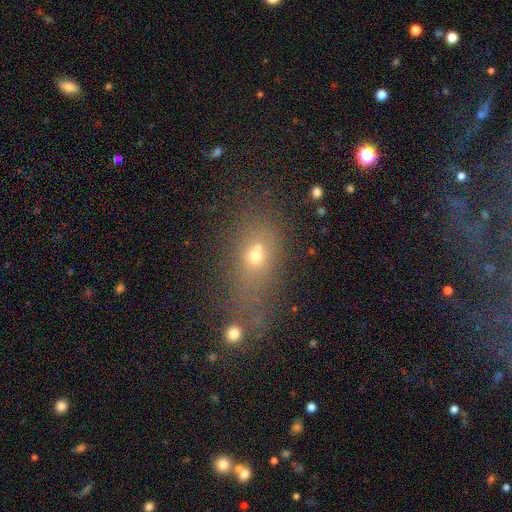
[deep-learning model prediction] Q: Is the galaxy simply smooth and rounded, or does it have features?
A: smooth — 58%.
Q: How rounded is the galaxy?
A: in between — 54%.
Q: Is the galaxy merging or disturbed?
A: none — 43%.